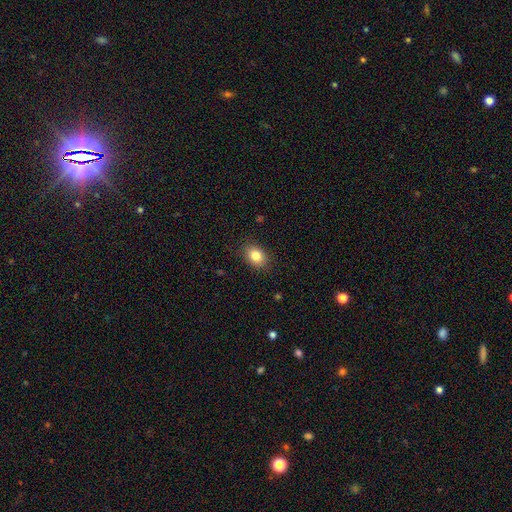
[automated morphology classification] This is clearly a smooth galaxy (84%). How rounded: likely in between (71%). Merging: clearly none (87%).